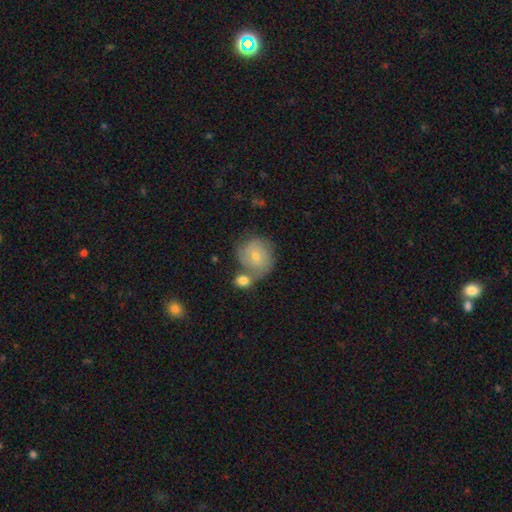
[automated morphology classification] Smooth or featured? smooth (62%)
How rounded? round (82%)
Merging? none (40%)